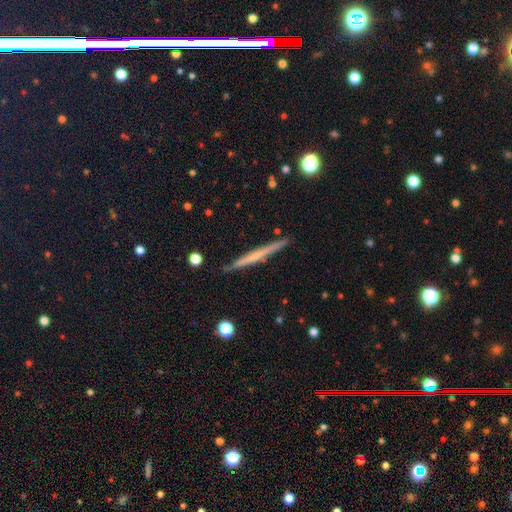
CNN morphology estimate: This is possibly a featured or disk galaxy (55%). It is clearly viewed edge-on (98%). Edge-on bulge: likely none (77%). Merging: clearly none (90%).